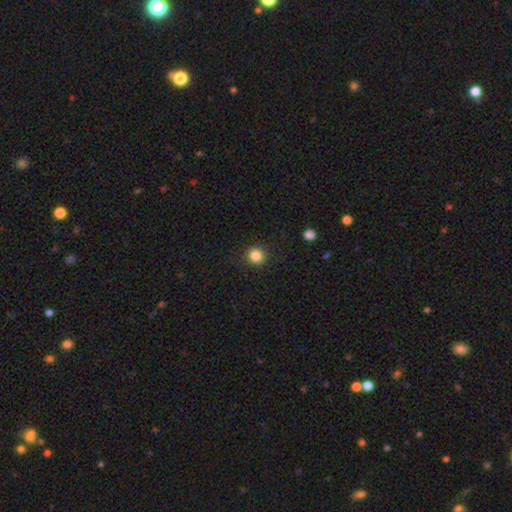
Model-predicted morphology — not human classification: Smooth or featured? Predicted: smooth (p=0.85). How rounded? Predicted: round (p=0.93). Merging? Predicted: none (p=0.91).